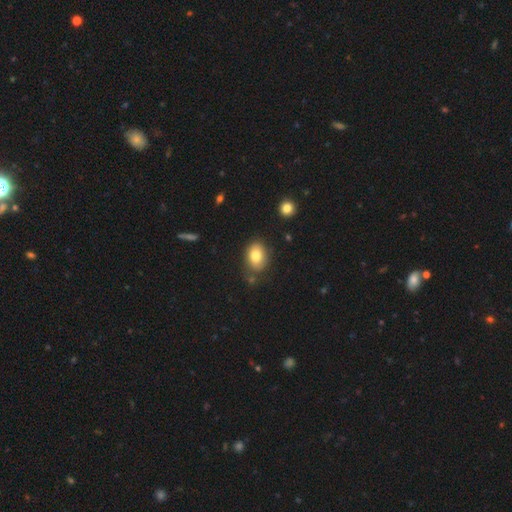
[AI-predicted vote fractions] A smooth galaxy with no disk features (80%) that is in between round and cigar-shaped (72%).

Vote fractions:
- Smooth or featured? smooth: 80% / featured or disk: 12% / star or artifact: 9%
- How rounded? in between: 72% / round: 26% / cigar-shaped: 1%
- Merging? none: 73% / minor disturbance: 17% / merger: 5% / major disturbance: 4%